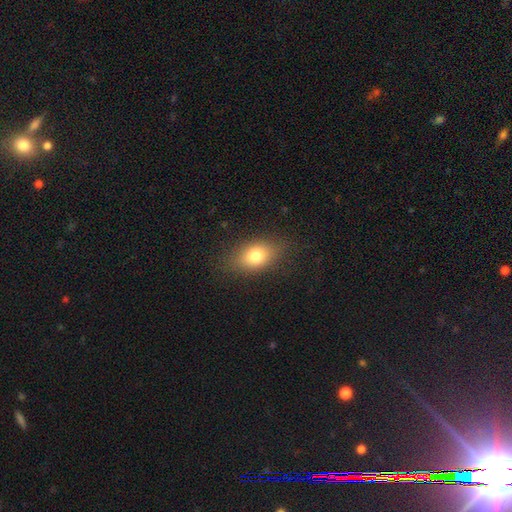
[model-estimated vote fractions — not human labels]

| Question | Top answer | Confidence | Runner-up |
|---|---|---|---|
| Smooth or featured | smooth | 77% | featured or disk (13%) |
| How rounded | in between | 76% | round (21%) |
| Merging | none | 82% | minor disturbance (12%) |